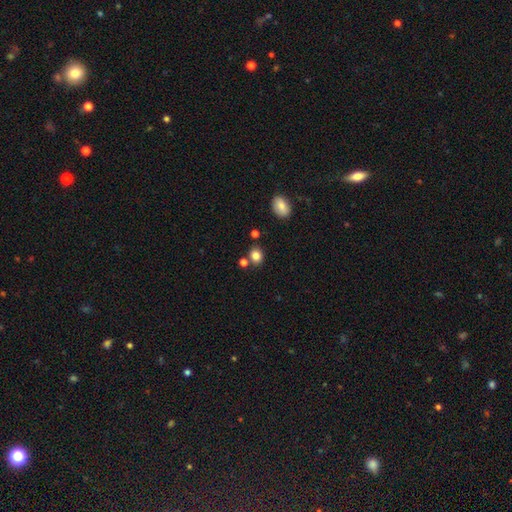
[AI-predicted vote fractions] smooth 83%, star or artifact 11%, featured or disk 5%. Down the decision tree: how rounded — round (65%); merging — none (74%).